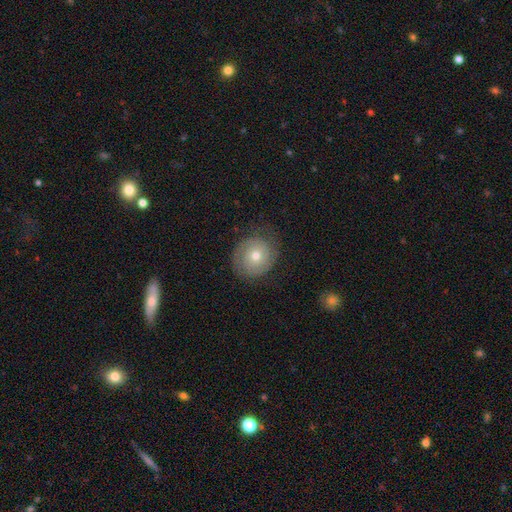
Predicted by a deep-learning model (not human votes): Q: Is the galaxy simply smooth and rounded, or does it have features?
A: featured or disk — 53%.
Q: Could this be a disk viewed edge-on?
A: no — 97%.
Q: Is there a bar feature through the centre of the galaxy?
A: no — 83%.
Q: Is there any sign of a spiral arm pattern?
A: yes — 80%.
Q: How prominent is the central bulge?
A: moderate — 55%.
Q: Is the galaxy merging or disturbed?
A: none — 73%.